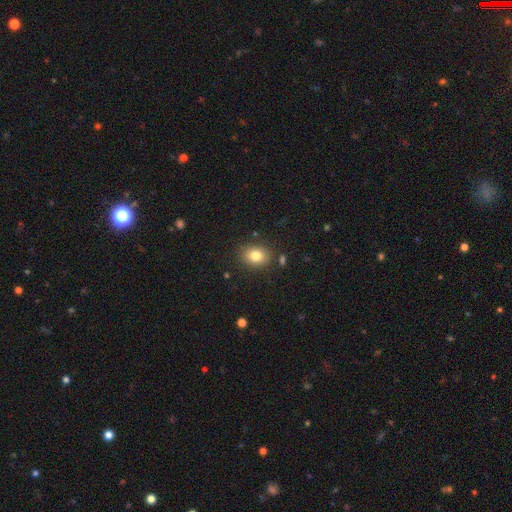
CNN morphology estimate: This appears to be a smooth galaxy with no disk features (81%) that is in between round and cigar-shaped (58%). Merging: none (84%).